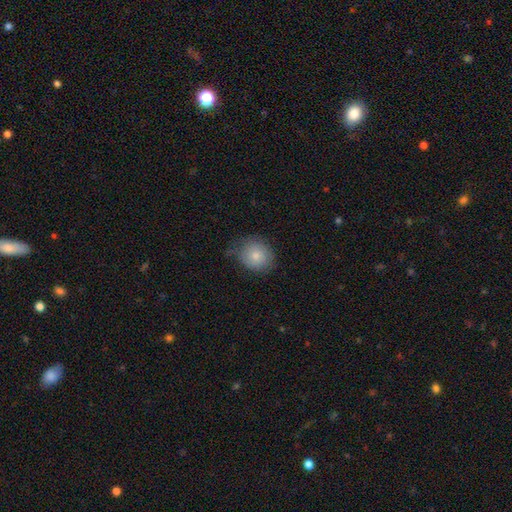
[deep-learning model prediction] A smooth galaxy with no disk features (78%) that is round (77%).

Vote fractions:
- Smooth or featured? smooth: 78% / featured or disk: 14% / star or artifact: 8%
- How rounded? round: 77% / in between: 22% / cigar-shaped: 1%
- Merging? none: 63% / minor disturbance: 28% / major disturbance: 8% / merger: 1%